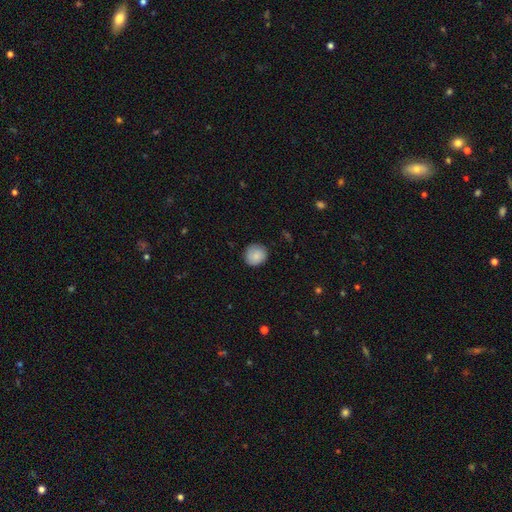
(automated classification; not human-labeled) Smooth or featured? Predicted: smooth (p=0.87). How rounded? Predicted: round (p=0.89). Merging? Predicted: none (p=0.86).